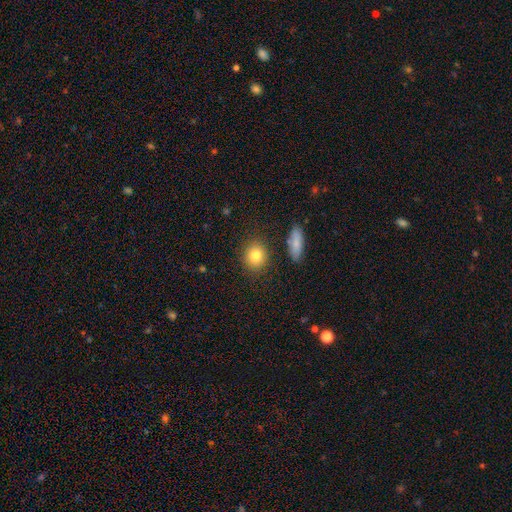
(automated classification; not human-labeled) smooth-or-featured: smooth: 82% | star or artifact: 9% | featured or disk: 9%
  how-rounded: round: 76% | in between: 23% | cigar-shaped: 2%
  merging: none: 85% | minor disturbance: 8% | merger: 4% | major disturbance: 3%